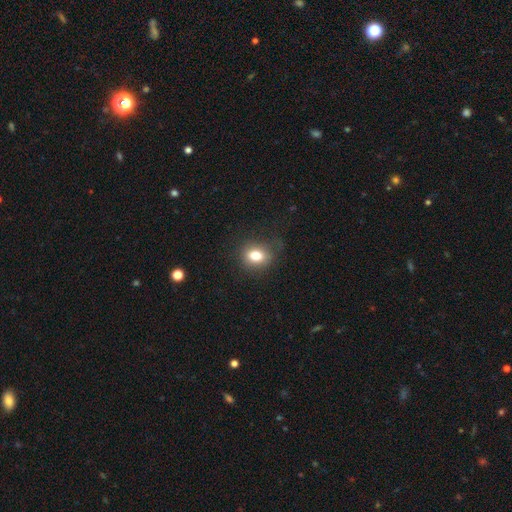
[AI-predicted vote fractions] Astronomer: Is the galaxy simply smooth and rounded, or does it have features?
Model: smooth — 78%.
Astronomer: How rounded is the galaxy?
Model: round — 54% (runner-up: in between, 45%).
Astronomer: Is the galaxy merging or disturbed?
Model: none — 77%.